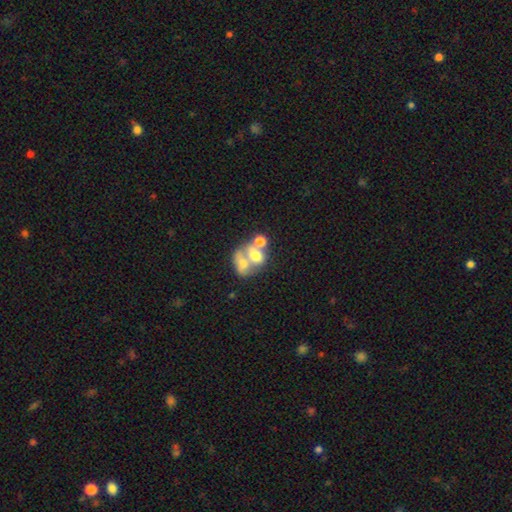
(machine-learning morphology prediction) Smooth or featured?
  - smooth: 55% *
  - featured or disk: 33%
  - star or artifact: 12%
How rounded?
  - in between: 59% *
  - round: 40%
  - cigar-shaped: 2%
Merging?
  - merger: 67% *
  - none: 18%
  - major disturbance: 8%
  - minor disturbance: 7%